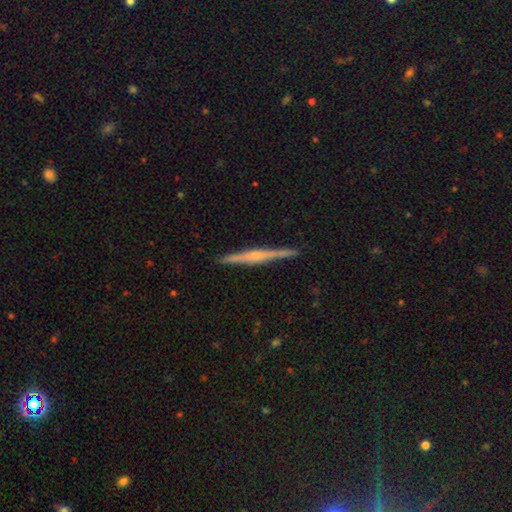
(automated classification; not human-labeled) Smooth or featured?
  - featured or disk: 76% *
  - smooth: 19%
  - star or artifact: 5%
Edge-on disk?
  - yes: 98% *
  - no: 2%
Edge-on bulge?
  - rounded: 64% *
  - none: 19%
  - boxy: 17%
Merging?
  - none: 92% *
  - minor disturbance: 6%
  - major disturbance: 1%
  - merger: 1%